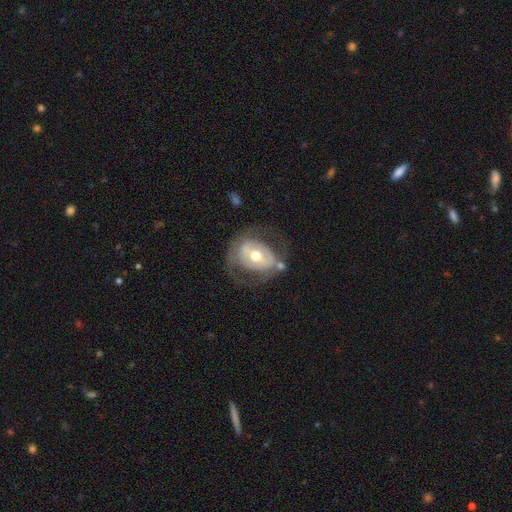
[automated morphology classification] Smooth or featured? featured or disk (61%)
Edge-on disk? no (94%)
Bar? no (48%)
Spiral arms? no (62%)
Bulge size? moderate (73%)
Merging? none (57%)